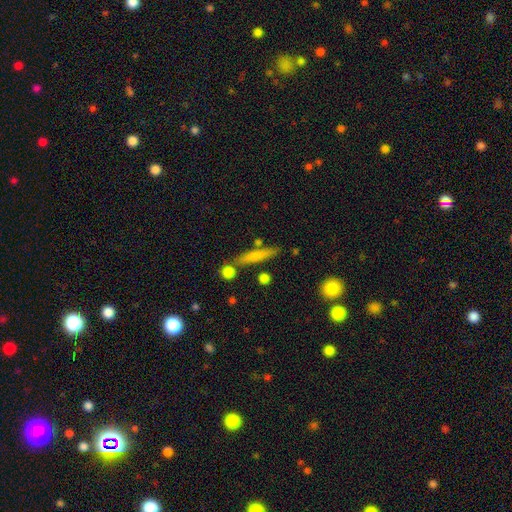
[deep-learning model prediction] smooth 69%, featured or disk 24%, star or artifact 7%. Down the decision tree: how rounded — cigar-shaped (89%); merging — none (78%).